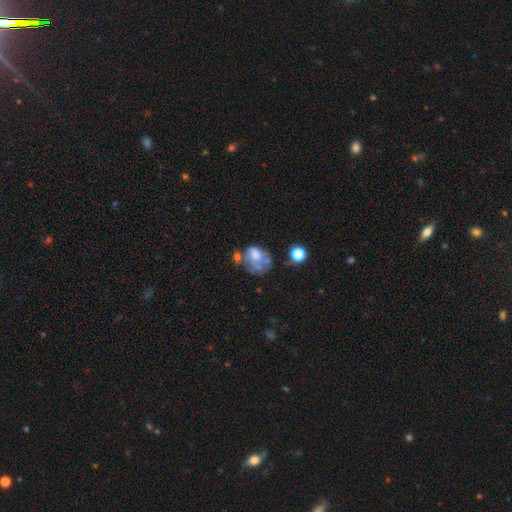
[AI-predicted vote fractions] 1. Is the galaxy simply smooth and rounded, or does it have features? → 48% smooth, 40% featured or disk, 12% star or artifact.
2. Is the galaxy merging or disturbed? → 28% major disturbance, 26% none, 25% merger, 21% minor disturbance.